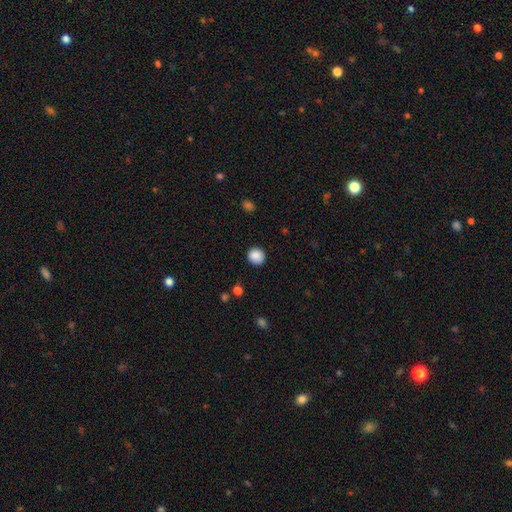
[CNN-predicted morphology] A smooth galaxy with no disk features (88%) that is round (93%).

Vote fractions:
- Smooth or featured? smooth: 88% / star or artifact: 9% / featured or disk: 4%
- How rounded? round: 93% / in between: 6% / cigar-shaped: 1%
- Merging? none: 90% / minor disturbance: 7% / major disturbance: 2% / merger: 1%